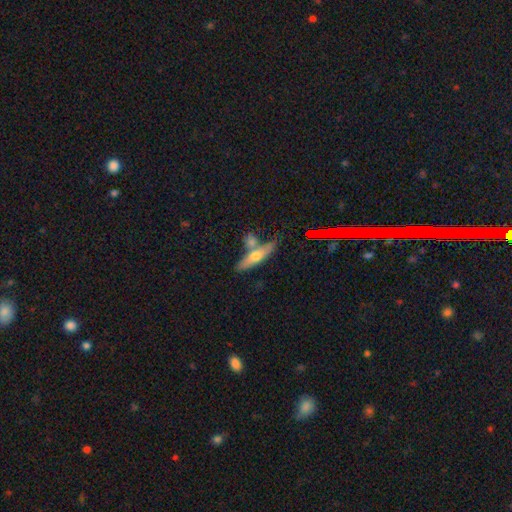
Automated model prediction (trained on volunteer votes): Smooth or featured? Predicted: smooth (p=0.49). Merging? Predicted: none (p=0.56).